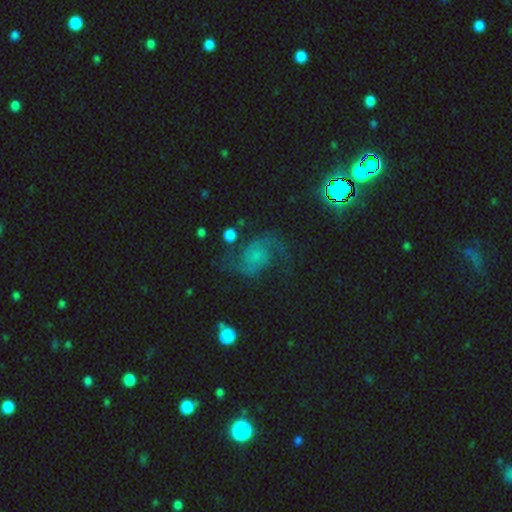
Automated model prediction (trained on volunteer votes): Q: Smooth or featured?
A: featured or disk (76%); runner-up: smooth (12%)
Q: Edge-on disk?
A: no (98%); runner-up: yes (2%)
Q: Bar?
A: no (67%); runner-up: weak (28%)
Q: Spiral arms?
A: yes (95%); runner-up: no (5%)
Q: Spiral winding?
A: medium (47%); runner-up: loose (42%)
Q: Spiral arm count?
A: 2 (88%); runner-up: can't tell (4%)
Q: Bulge size?
A: small (50%); runner-up: none (22%)
Q: Merging?
A: none (64%); runner-up: minor disturbance (19%)